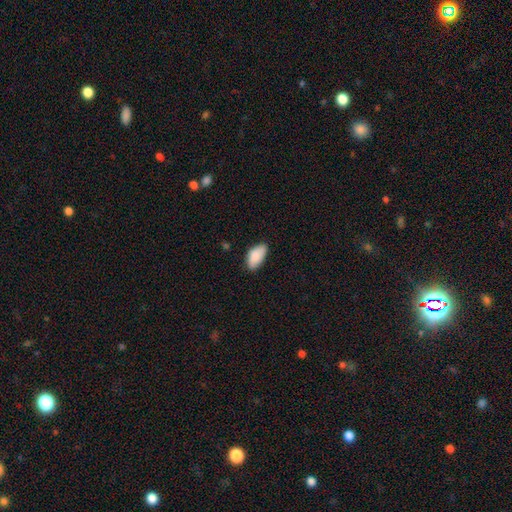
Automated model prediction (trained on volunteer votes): A smooth galaxy with no disk features (87%) that is in between round and cigar-shaped (94%). Merging: none (70%).